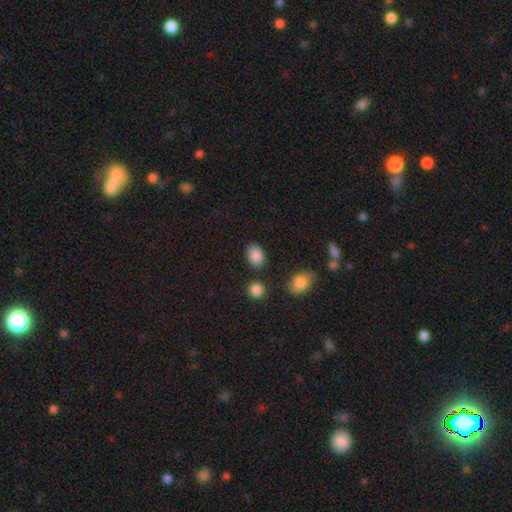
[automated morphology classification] Q: Smooth or featured?
A: smooth (87%); runner-up: star or artifact (8%)
Q: How rounded?
A: in between (80%); runner-up: round (19%)
Q: Merging?
A: none (82%); runner-up: minor disturbance (11%)